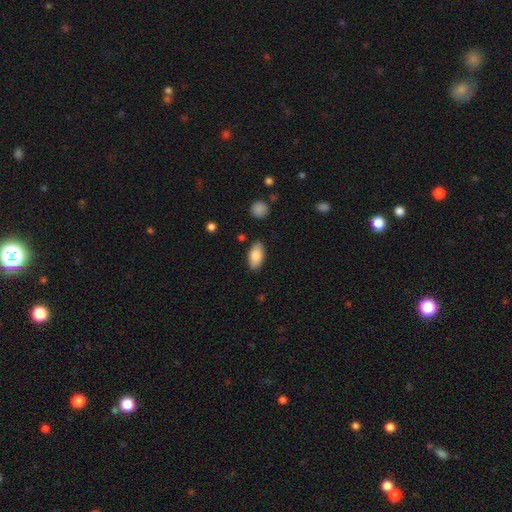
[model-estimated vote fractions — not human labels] smooth-or-featured: smooth: 84% | featured or disk: 9% | star or artifact: 7%
  how-rounded: in between: 93% | cigar-shaped: 5% | round: 3%
  merging: none: 85% | minor disturbance: 11% | major disturbance: 2% | merger: 2%